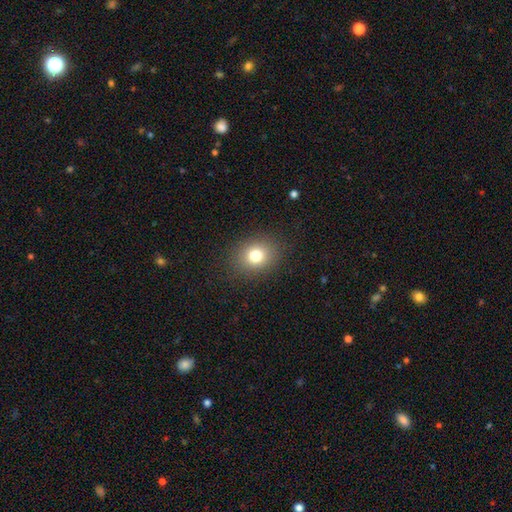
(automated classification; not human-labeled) Morphology: type=smooth (78%); roundness=round (60%); merging=none (88%).